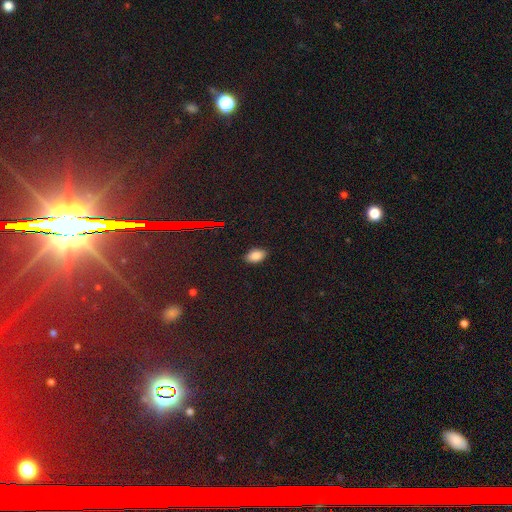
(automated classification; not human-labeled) Overall: smooth (83%). How rounded: in between (91%). Merging: none (87%).